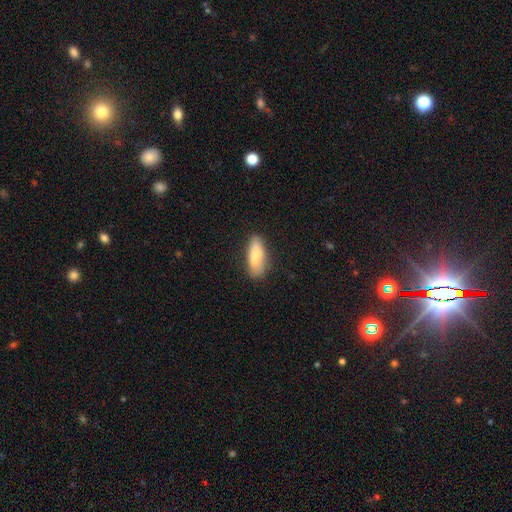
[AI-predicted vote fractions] The model was most divided on "how rounded": in between: 64%, cigar-shaped: 34%, round: 2%. More confident: smooth or featured — smooth (83%); merging — none (78%).